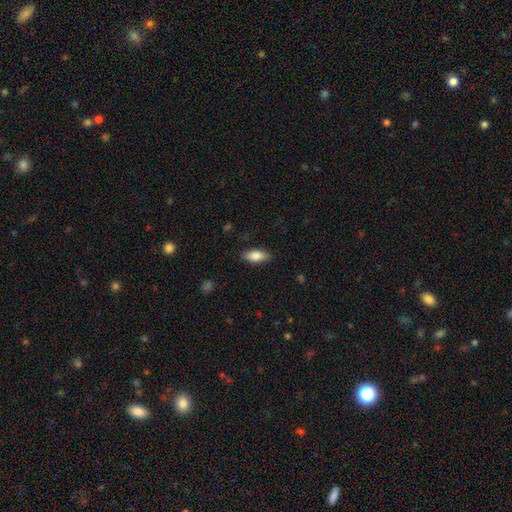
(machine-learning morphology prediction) Smooth or featured? smooth (82%)
How rounded? in between (83%)
Merging? none (86%)